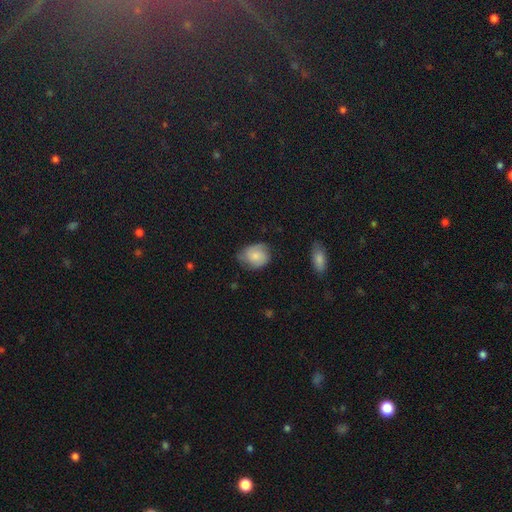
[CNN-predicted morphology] A smooth galaxy with no disk features (67%) that is round (56%).

Vote fractions:
- Smooth or featured? smooth: 67% / featured or disk: 26% / star or artifact: 7%
- How rounded? round: 56% / in between: 43% / cigar-shaped: 1%
- Merging? none: 59% / minor disturbance: 32% / major disturbance: 8% / merger: 2%